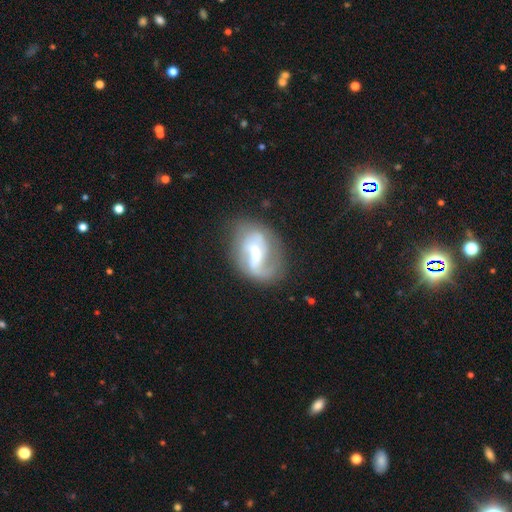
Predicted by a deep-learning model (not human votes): smooth_or_featured: featured or disk (p=0.77) [alt: smooth p=0.16]
disk_edge_on: no (p=0.97) [alt: yes p=0.03]
bar: weak (p=0.49) [alt: strong p=0.31]
has_spiral_arms: yes (p=0.90) [alt: no p=0.10]
spiral_winding: medium (p=0.43) [alt: loose p=0.40]
spiral_arm_count: 2 (p=0.61) [alt: 1 p=0.17]
bulge_size: moderate (p=0.48) [alt: small p=0.37]
merging: none (p=0.59) [alt: minor disturbance p=0.20]